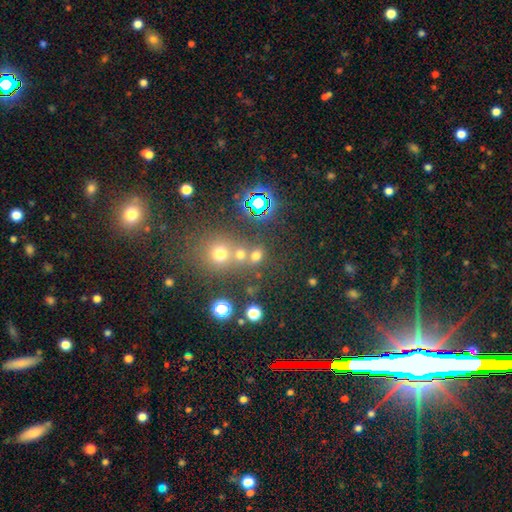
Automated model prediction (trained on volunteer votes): This appears to be a smooth galaxy with no disk features (62%) that is round (73%). Merging: none (57%).